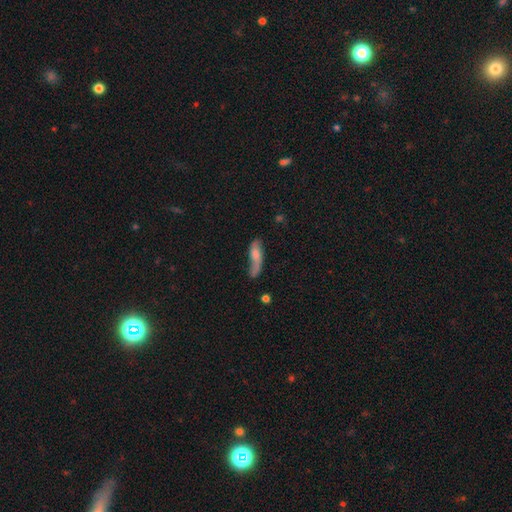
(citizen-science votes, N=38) smooth 53%, featured or disk 45%, star or artifact 3%. Down the decision tree: how rounded — cigar-shaped (65%); merging — none (43%).